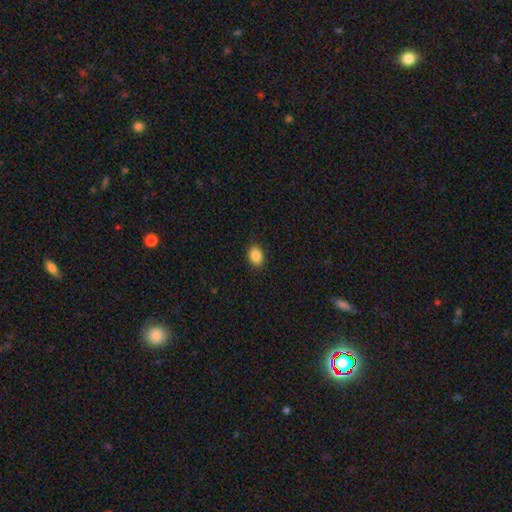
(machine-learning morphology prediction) A smooth galaxy with no disk features (87%) that is in between round and cigar-shaped (66%).

Vote fractions:
- Smooth or featured? smooth: 87% / star or artifact: 9% / featured or disk: 4%
- How rounded? in between: 66% / round: 33% / cigar-shaped: 1%
- Merging? none: 89% / minor disturbance: 8% / major disturbance: 2% / merger: 1%